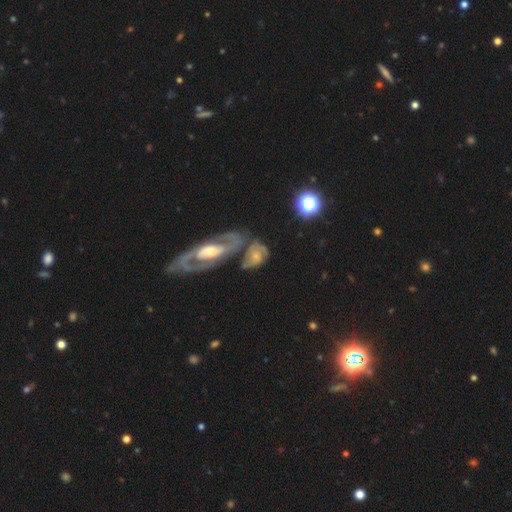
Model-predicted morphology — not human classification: A featured or disk galaxy (59%) with no bar (63%), spiral arms (76%) and a moderate central bulge (44%).

Vote fractions:
- Smooth or featured? featured or disk: 59% / smooth: 32% / star or artifact: 9%
- Edge-on disk? no: 93% / yes: 7%
- Bar? no: 63% / weak: 28% / strong: 9%
- Spiral arms? yes: 76% / no: 24%
- Bulge size? moderate: 44% / small: 37% / large: 9% / none: 7% / dominant: 2%
- Merging? none: 41% / merger: 27% / minor disturbance: 18% / major disturbance: 14%